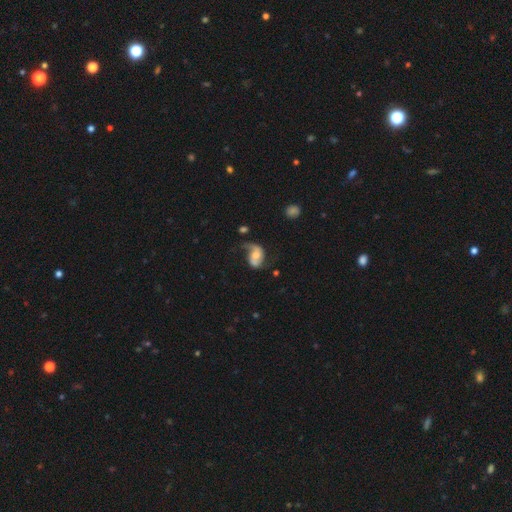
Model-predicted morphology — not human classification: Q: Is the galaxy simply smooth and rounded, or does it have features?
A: featured or disk — 75%.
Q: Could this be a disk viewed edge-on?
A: no — 97%.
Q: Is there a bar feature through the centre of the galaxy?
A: no — 57%.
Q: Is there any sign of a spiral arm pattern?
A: yes — 92%.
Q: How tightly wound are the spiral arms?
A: loose — 59%.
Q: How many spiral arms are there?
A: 2 — 75%.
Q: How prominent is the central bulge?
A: moderate — 63%.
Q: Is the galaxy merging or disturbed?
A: none — 51%.